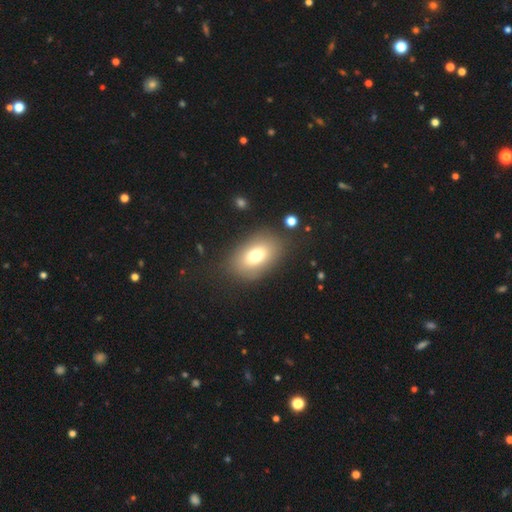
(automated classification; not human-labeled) Overall: smooth (73%). How rounded: in between (83%). Merging: none (82%).